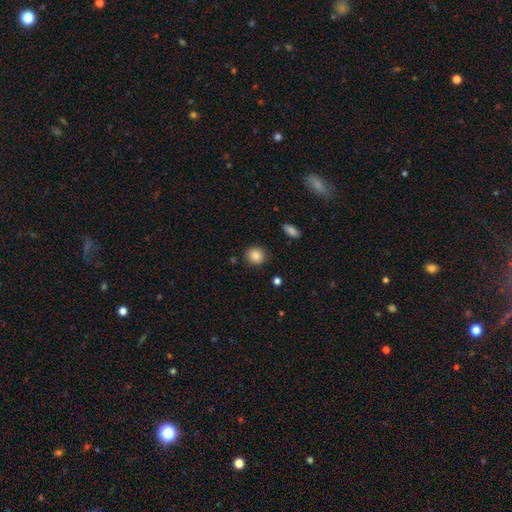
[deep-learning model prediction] A smooth galaxy with no disk features (87%) that is round (86%). Merging: none (88%).